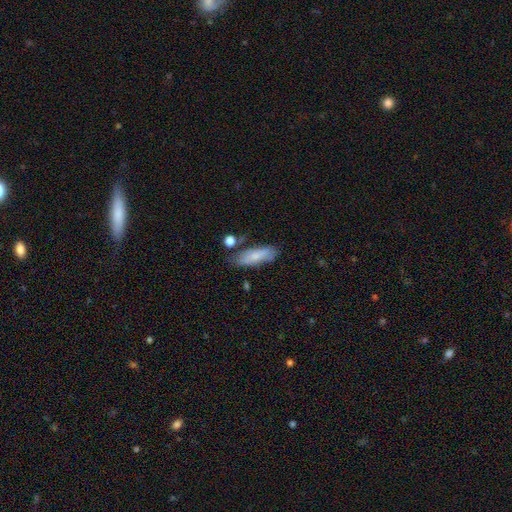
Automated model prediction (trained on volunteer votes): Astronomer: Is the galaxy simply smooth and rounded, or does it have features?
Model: smooth — 74%.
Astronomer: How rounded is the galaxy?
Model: in between — 54% (runner-up: cigar-shaped, 44%).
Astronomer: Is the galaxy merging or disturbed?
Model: none — 67%.